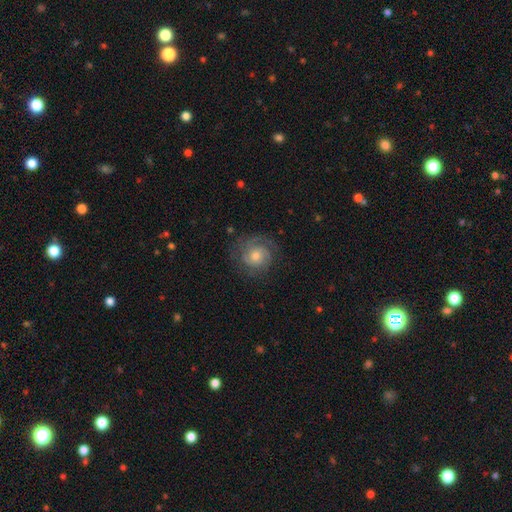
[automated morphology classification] This is likely a featured or disk galaxy (76%). It is clearly not viewed edge-on (98%). Bar: likely no (73%). Spiral arm pattern: clearly yes (94%). Spiral arm count: marginally 2 (41%). Spiral winding: likely tight (63%). Central bulge: possibly moderate (54%). Merging: likely none (77%).